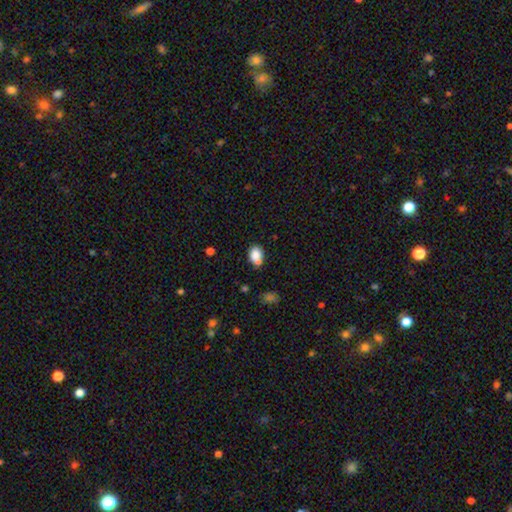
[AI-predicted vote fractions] The model was most divided on "how rounded": in between: 62%, round: 37%, cigar-shaped: 1%. More confident: smooth or featured — smooth (81%); merging — none (50%).